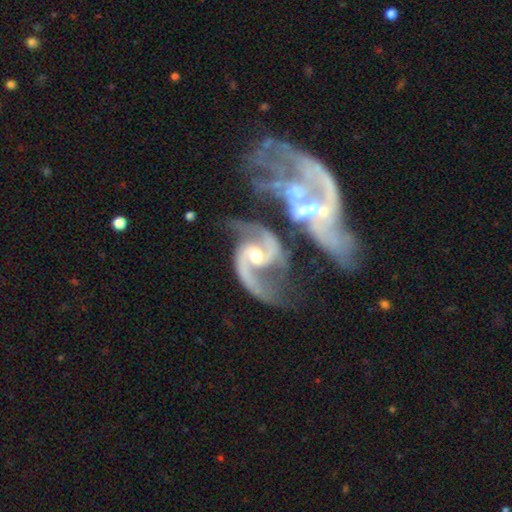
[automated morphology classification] Smooth or featured? Predicted: featured or disk (p=0.91). Edge-on disk? Predicted: no (p=0.98). Bar? Predicted: no (p=0.48). Spiral arms? Predicted: yes (p=0.97). Spiral winding? Predicted: medium (p=0.47). Spiral arm count? Predicted: 2 (p=0.80). Bulge size? Predicted: moderate (p=0.58). Merging? Predicted: merger (p=0.47).